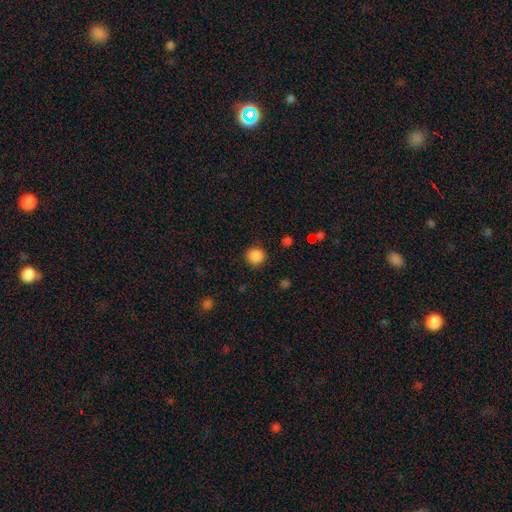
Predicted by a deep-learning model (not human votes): A smooth galaxy with no disk features (87%) that is round (93%). Merging: none (90%).